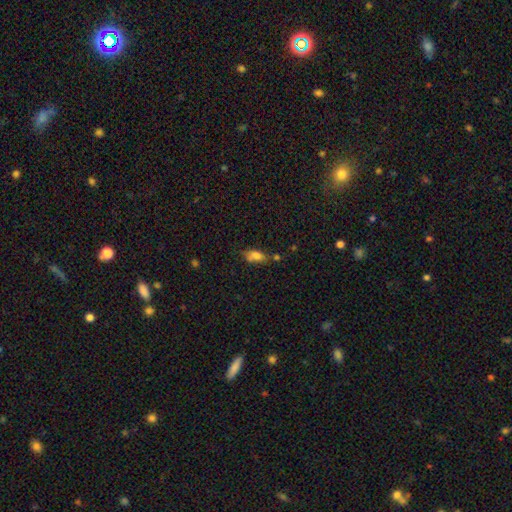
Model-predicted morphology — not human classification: A smooth galaxy with no disk features (75%) that is in between round and cigar-shaped (82%).

Vote fractions:
- Smooth or featured? smooth: 75% / featured or disk: 13% / star or artifact: 11%
- How rounded? in between: 82% / cigar-shaped: 12% / round: 6%
- Merging? none: 48% / minor disturbance: 26% / merger: 16% / major disturbance: 9%